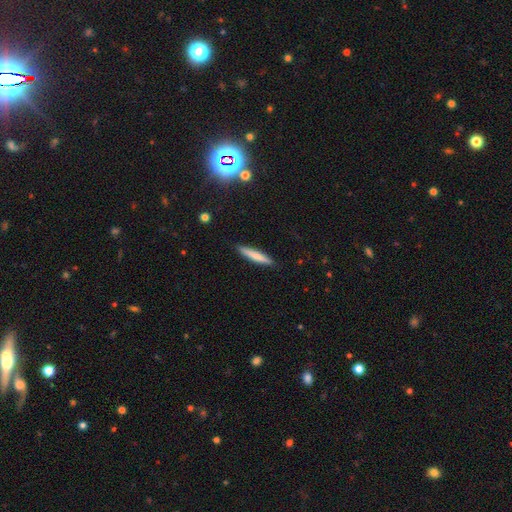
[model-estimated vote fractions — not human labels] This is likely a smooth galaxy (70%). How rounded: clearly cigar-shaped (92%). Merging: clearly none (89%).